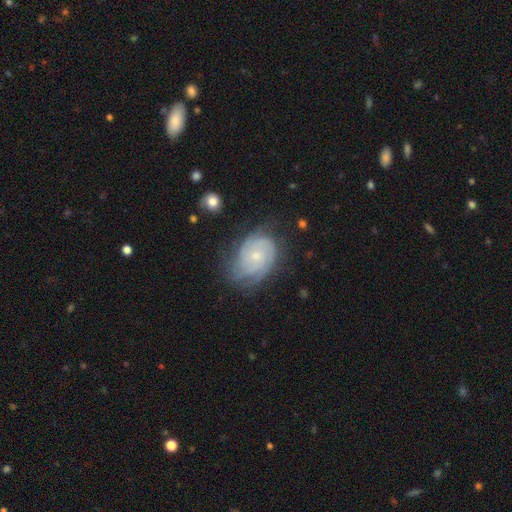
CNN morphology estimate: The model was most divided on "spiral arm count": can't tell: 30%, 3: 24%, 2: 22%, 4: 13%, more than 4: 5%, 1: 5%. More confident: edge-on disk — no (97%); spiral arms — yes (96%); smooth or featured — featured or disk (80%); bar — no (74%); merging — none (71%); spiral winding — tight (71%); bulge size — small (65%).